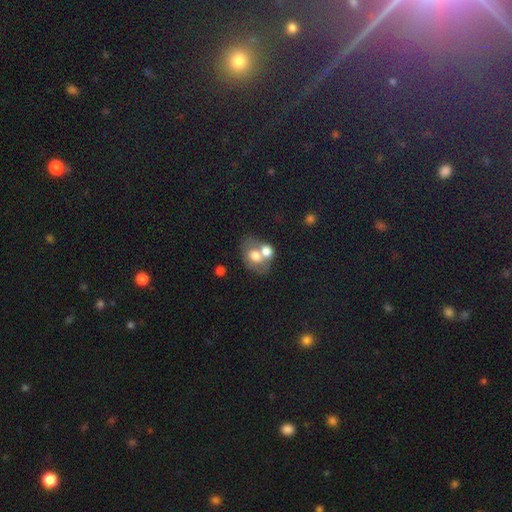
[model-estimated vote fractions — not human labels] smooth 61%, featured or disk 30%, star or artifact 9%. Down the decision tree: how rounded — in between (64%); merging — merger (56%).